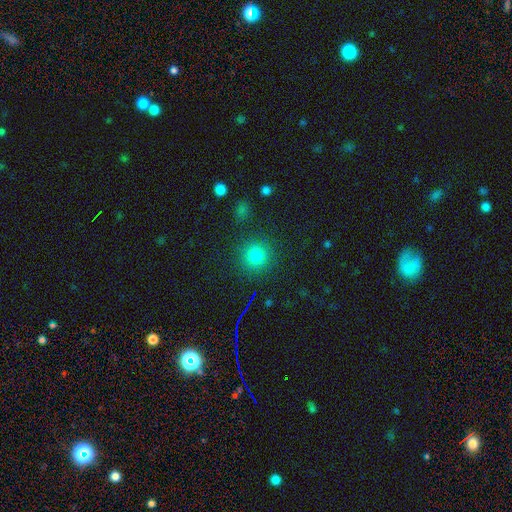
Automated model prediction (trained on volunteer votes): Smooth or featured? smooth (78%)
How rounded? round (93%)
Merging? none (88%)